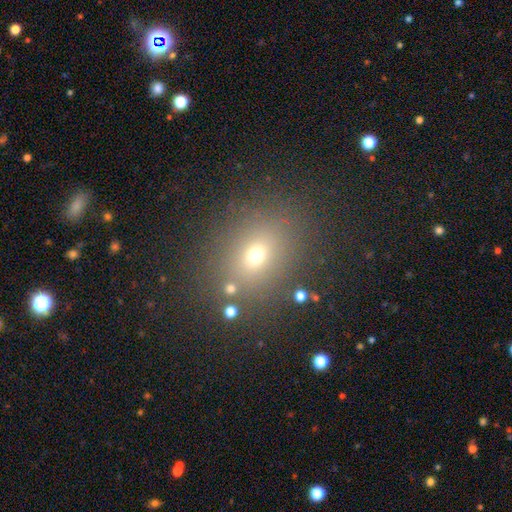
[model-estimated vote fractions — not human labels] smooth-or-featured: smooth: 63% | star or artifact: 25% | featured or disk: 12%
  how-rounded: round: 58% | in between: 40% | cigar-shaped: 1%
  merging: none: 82% | minor disturbance: 10% | major disturbance: 5% | merger: 4%